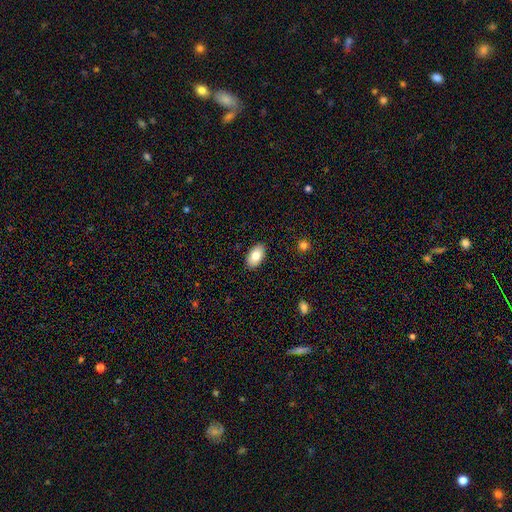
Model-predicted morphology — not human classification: smooth 79%, featured or disk 14%, star or artifact 7%. Down the decision tree: how rounded — in between (94%); merging — none (89%).